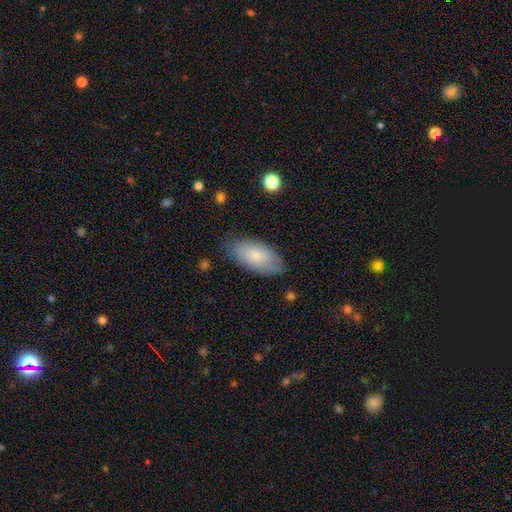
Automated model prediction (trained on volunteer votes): Overall: smooth (71%). How rounded: in between (93%). Merging: none (75%).